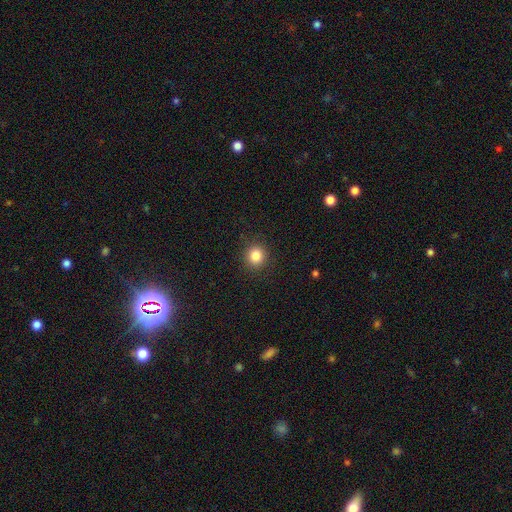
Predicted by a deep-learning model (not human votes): Overall: smooth (84%). How rounded: round (90%). Merging: none (91%).